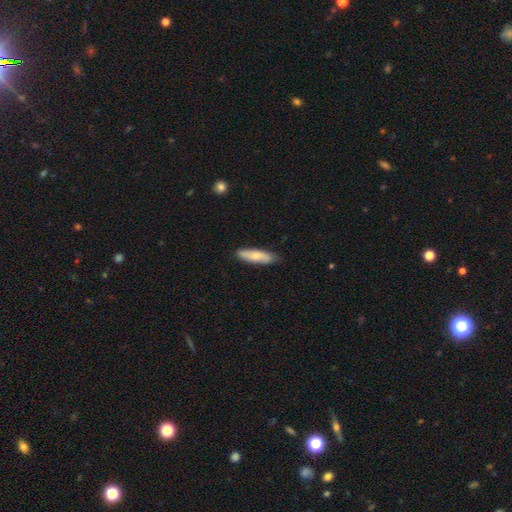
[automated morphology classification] smooth-or-featured: smooth: 72% | featured or disk: 23% | star or artifact: 5%
  how-rounded: cigar-shaped: 62% | in between: 36% | round: 2%
  merging: none: 84% | minor disturbance: 13% | major disturbance: 2% | merger: 1%